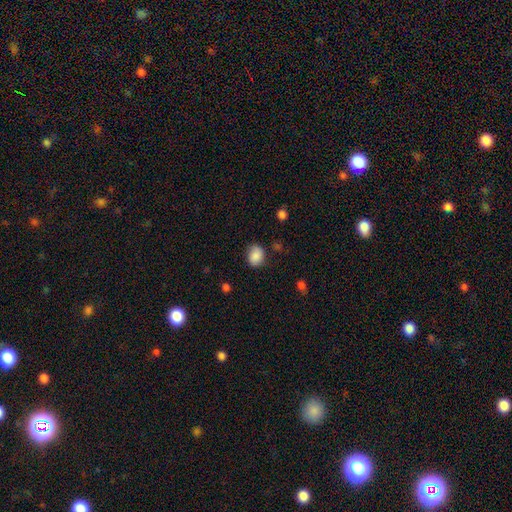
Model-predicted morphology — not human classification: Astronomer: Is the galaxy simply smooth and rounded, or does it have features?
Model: smooth — 83%.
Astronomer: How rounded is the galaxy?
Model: in between — 51% (runner-up: round, 48%).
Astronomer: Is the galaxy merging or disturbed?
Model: none — 74%.